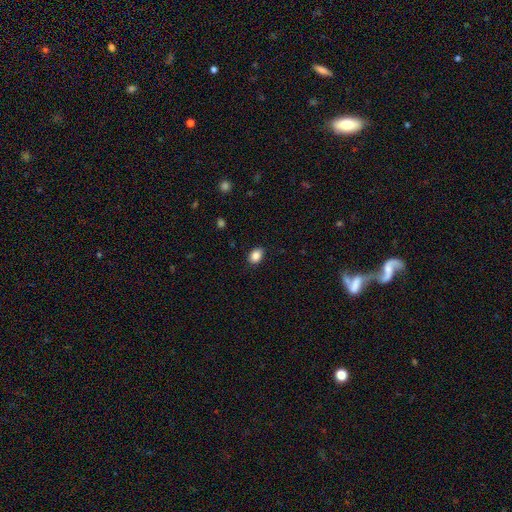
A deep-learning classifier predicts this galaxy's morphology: smooth_or_featured: smooth (p=0.87) [alt: star or artifact p=0.08]
how_rounded: in between (p=0.78) [alt: round p=0.21]
merging: none (p=0.87) [alt: minor disturbance p=0.10]